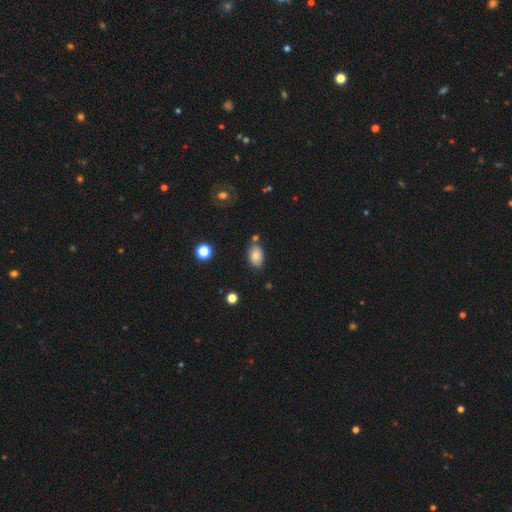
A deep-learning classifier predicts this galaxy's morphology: Smooth or featured? Predicted: smooth (p=0.83). How rounded? Predicted: in between (p=0.88). Merging? Predicted: none (p=0.73).